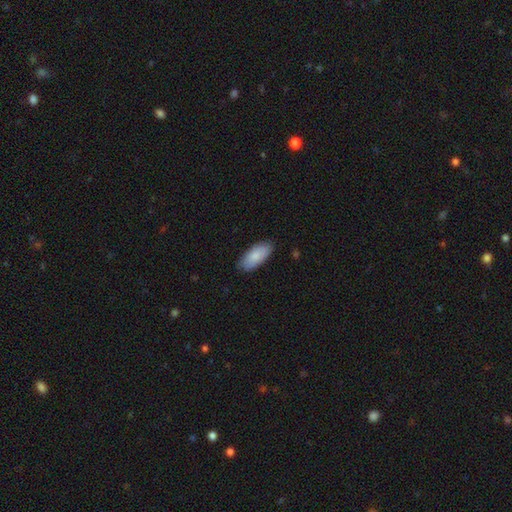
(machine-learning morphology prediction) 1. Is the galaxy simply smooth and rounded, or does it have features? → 81% smooth, 14% featured or disk, 5% star or artifact.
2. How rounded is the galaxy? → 89% in between, 9% cigar-shaped, 2% round.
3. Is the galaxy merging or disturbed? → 82% none, 15% minor disturbance, 2% major disturbance, 1% merger.